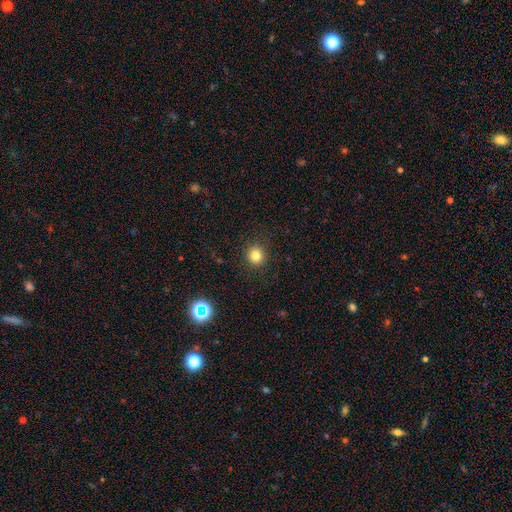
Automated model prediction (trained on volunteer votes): This appears to be a smooth galaxy with no disk features (81%) that is round (91%). Merging: none (91%).